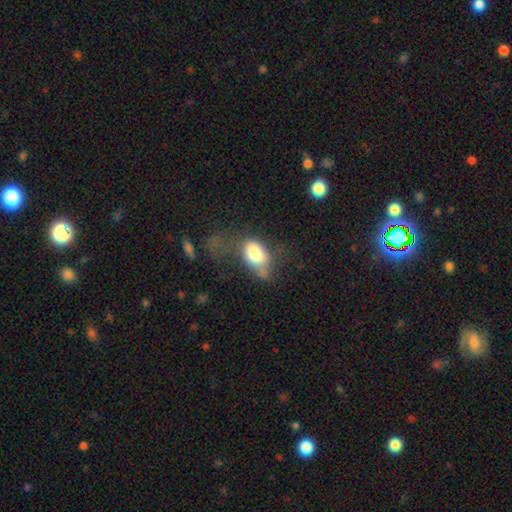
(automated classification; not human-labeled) Overall: smooth (72%). How rounded: in between (90%). Merging: major disturbance (43%; minor disturbance 24%).